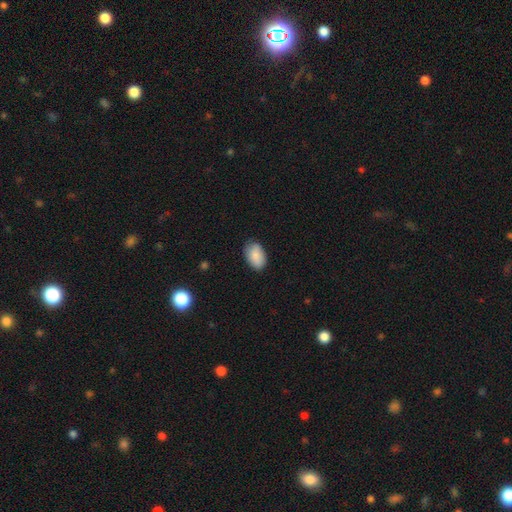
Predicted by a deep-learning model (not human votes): This appears to be a smooth galaxy with no disk features (87%) that is in between round and cigar-shaped (92%). Merging: none (78%).